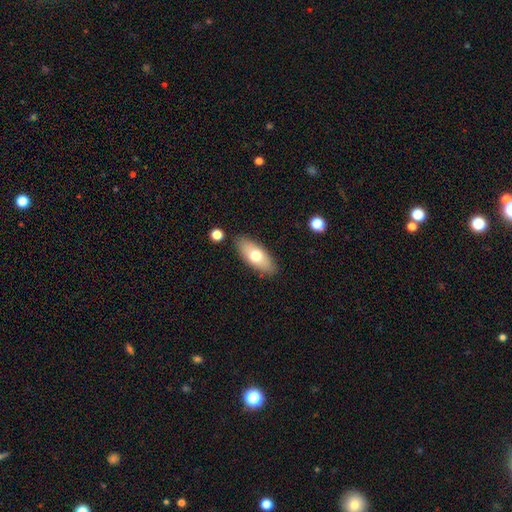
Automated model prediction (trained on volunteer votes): Smooth or featured? smooth (67%)
How rounded? in between (80%)
Merging? none (85%)